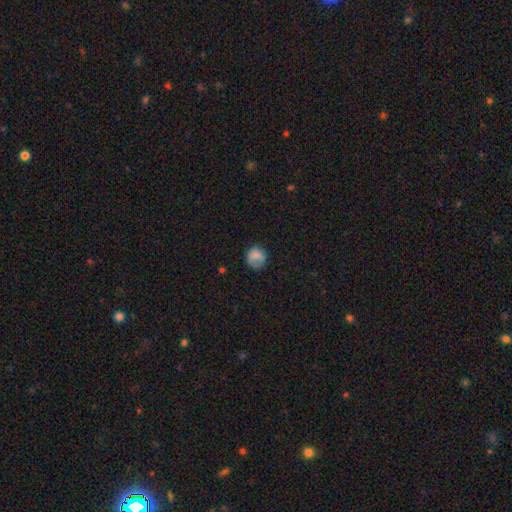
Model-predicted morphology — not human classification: Smooth or featured? Predicted: smooth (p=0.79). How rounded? Predicted: round (p=0.86). Merging? Predicted: none (p=0.67).